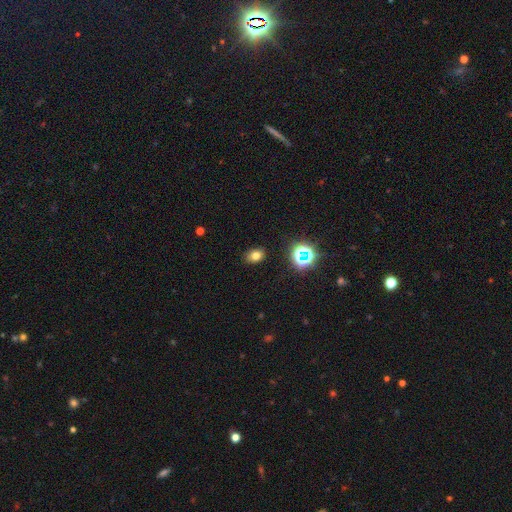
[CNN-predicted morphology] Smooth or featured?
  - smooth: 74% *
  - star or artifact: 19%
  - featured or disk: 8%
How rounded?
  - in between: 65% *
  - round: 34%
  - cigar-shaped: 1%
Merging?
  - none: 86% *
  - minor disturbance: 10%
  - major disturbance: 3%
  - merger: 1%